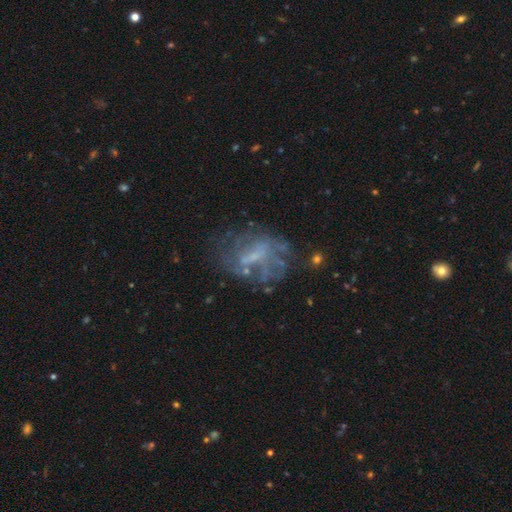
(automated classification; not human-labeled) This appears to be a featured or disk galaxy (67%) with no bar (46%), no spiral arms (57%) and no central bulge (45%). Merging: none (51%).